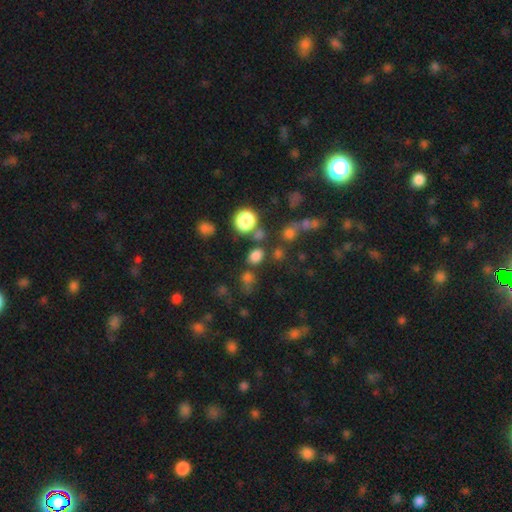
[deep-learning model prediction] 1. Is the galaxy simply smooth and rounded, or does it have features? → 74% smooth, 21% star or artifact, 6% featured or disk.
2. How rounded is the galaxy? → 53% round, 45% in between, 1% cigar-shaped.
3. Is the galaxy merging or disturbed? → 75% none, 10% minor disturbance, 10% merger, 5% major disturbance.